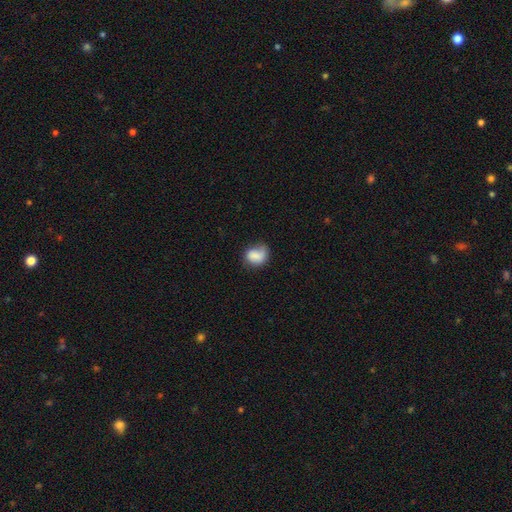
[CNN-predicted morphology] A smooth galaxy with no disk features (80%) that is in between round and cigar-shaped (50%). Merging: none (50%).